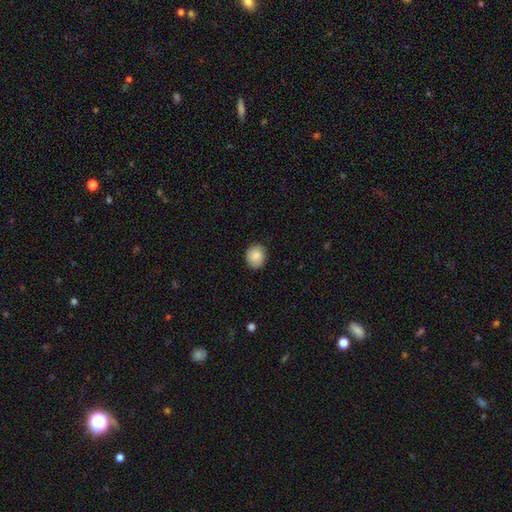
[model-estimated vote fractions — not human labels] The model was most divided on "how rounded": round: 70%, in between: 29%, cigar-shaped: 1%. More confident: smooth or featured — smooth (86%); merging — none (84%).